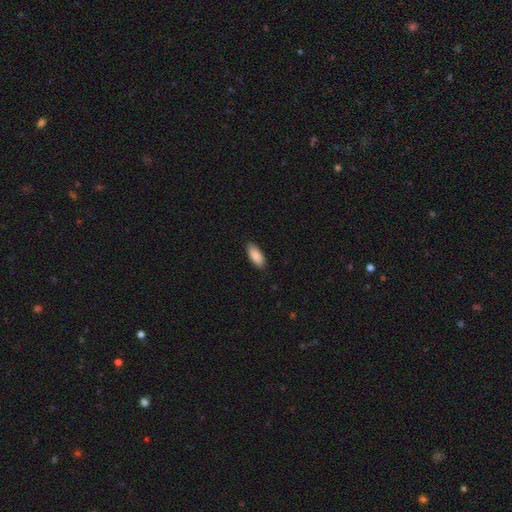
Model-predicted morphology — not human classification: smooth_or_featured: smooth (p=0.89) [alt: star or artifact p=0.06]
how_rounded: in between (p=0.83) [alt: cigar-shaped p=0.15]
merging: none (p=0.87) [alt: minor disturbance p=0.10]